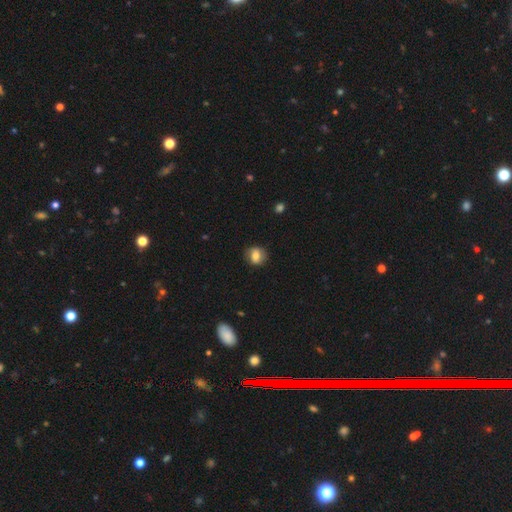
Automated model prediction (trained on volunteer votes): The model was most divided on "how rounded": round: 67%, in between: 32%, cigar-shaped: 1%. More confident: merging — none (80%); smooth or featured — smooth (70%).